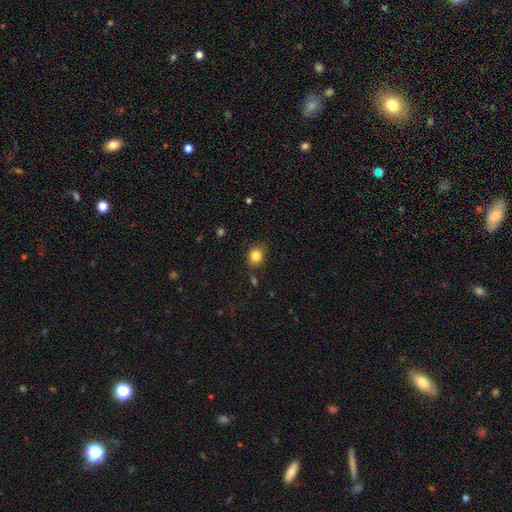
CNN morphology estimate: smooth_or_featured: smooth (p=0.83) [alt: star or artifact p=0.11]
how_rounded: round (p=0.63) [alt: in between p=0.35]
merging: none (p=0.78) [alt: minor disturbance p=0.16]